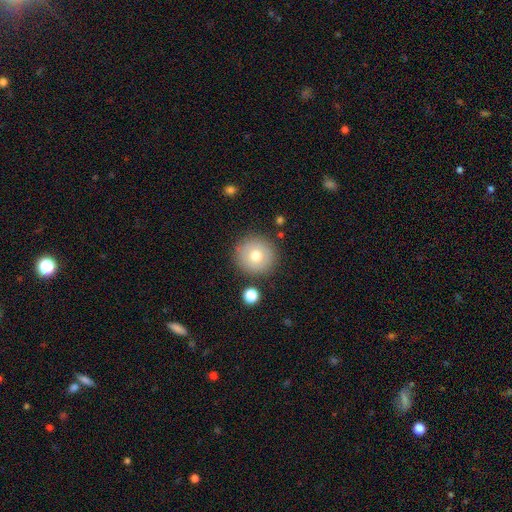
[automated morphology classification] A smooth galaxy with no disk features (72%) that is round (95%). Merging: none (86%).